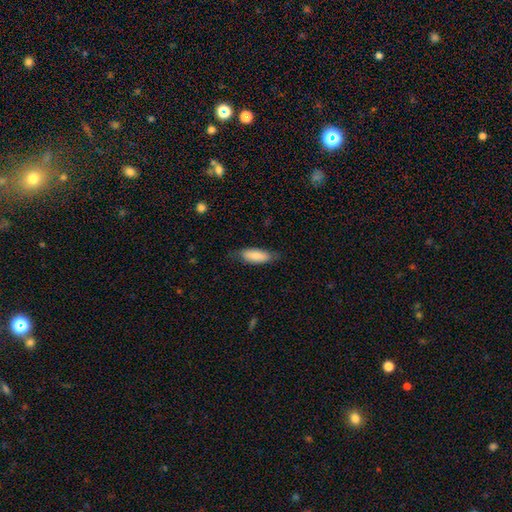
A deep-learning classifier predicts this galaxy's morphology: smooth-or-featured: smooth: 83% | featured or disk: 11% | star or artifact: 6%
  how-rounded: in between: 72% | cigar-shaped: 26% | round: 2%
  merging: none: 74% | minor disturbance: 20% | major disturbance: 5% | merger: 1%